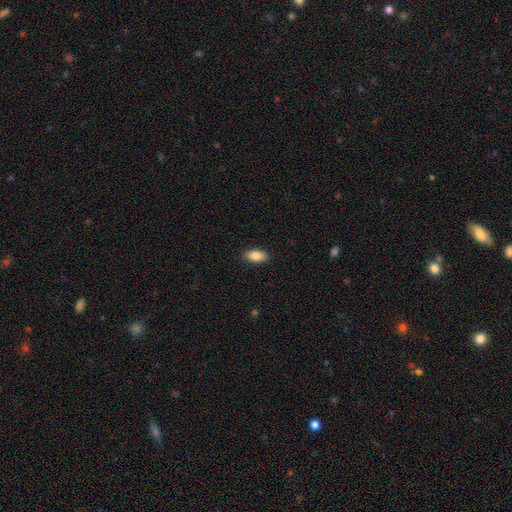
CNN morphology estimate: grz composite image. It shows a smooth galaxy with no disk features (86%) that is in between round and cigar-shaped (92%). Merging: none (90%).